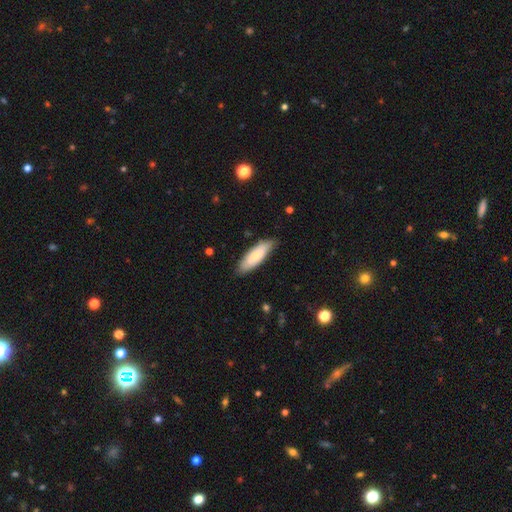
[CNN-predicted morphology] Smooth or featured? smooth (76%)
How rounded? in between (51%)
Merging? none (81%)